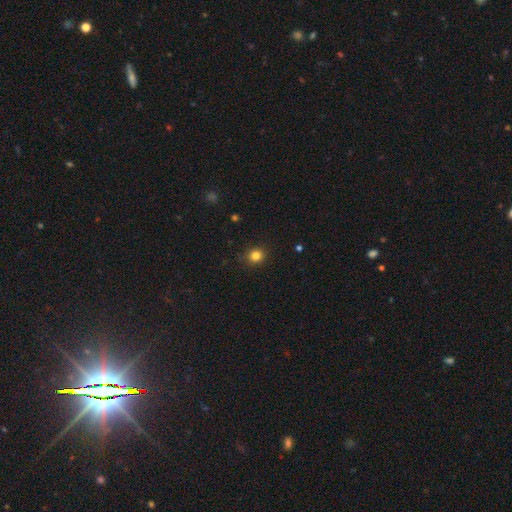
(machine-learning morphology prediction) A smooth galaxy with no disk features (83%) that is round (85%). Merging: none (89%).